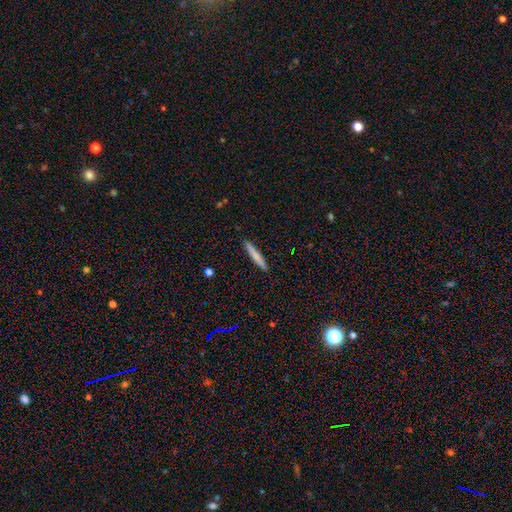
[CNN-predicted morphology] A smooth galaxy with no disk features (72%) that is cigar-shaped (95%).

Vote fractions:
- Smooth or featured? smooth: 72% / featured or disk: 22% / star or artifact: 6%
- How rounded? cigar-shaped: 95% / in between: 3% / round: 1%
- Merging? none: 90% / minor disturbance: 7% / major disturbance: 1% / merger: 1%